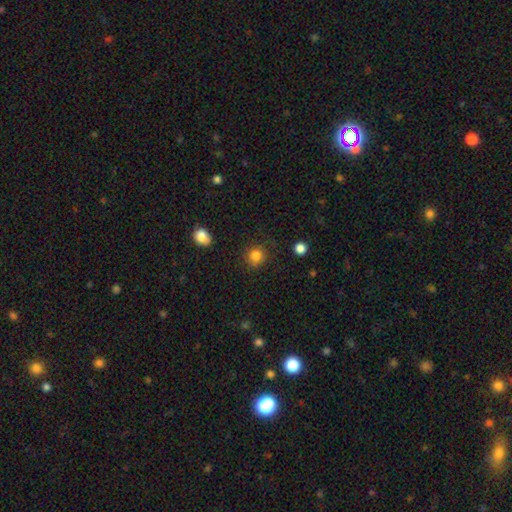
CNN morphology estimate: smooth_or_featured: smooth (p=0.84) [alt: star or artifact p=0.12]
how_rounded: round (p=0.87) [alt: in between p=0.12]
merging: none (p=0.82) [alt: minor disturbance p=0.13]